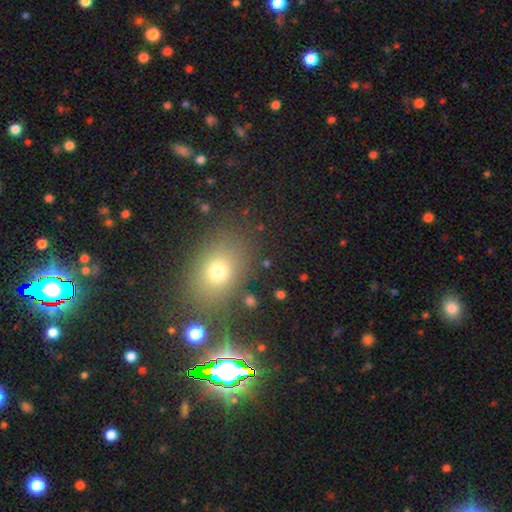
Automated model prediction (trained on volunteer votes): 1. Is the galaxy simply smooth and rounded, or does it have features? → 49% smooth, 40% star or artifact, 11% featured or disk.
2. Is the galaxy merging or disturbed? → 85% none, 8% minor disturbance, 4% merger, 3% major disturbance.